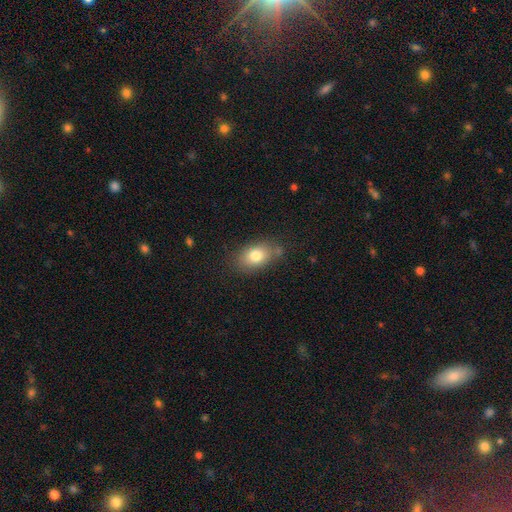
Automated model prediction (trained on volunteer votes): A smooth galaxy with no disk features (79%) that is in between round and cigar-shaped (83%).

Vote fractions:
- Smooth or featured? smooth: 79% / featured or disk: 12% / star or artifact: 9%
- How rounded? in between: 83% / round: 15% / cigar-shaped: 2%
- Merging? none: 76% / minor disturbance: 16% / major disturbance: 4% / merger: 4%